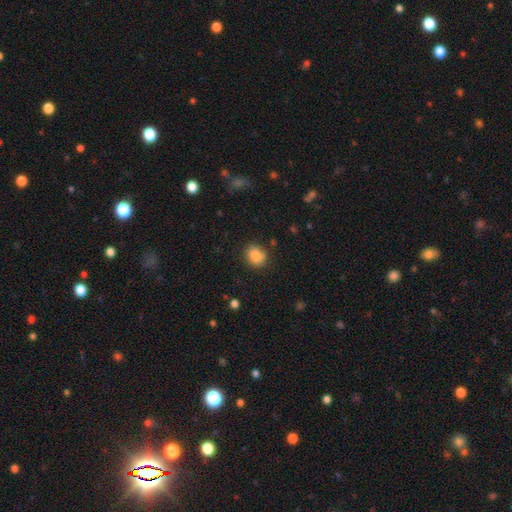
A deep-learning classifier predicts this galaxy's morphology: A smooth galaxy with no disk features (86%) that is round (60%). Merging: none (81%).